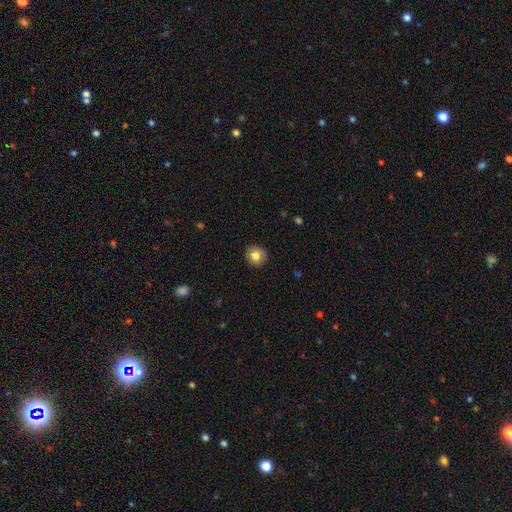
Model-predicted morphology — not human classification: A smooth galaxy with no disk features (82%) that is round (89%).

Vote fractions:
- Smooth or featured? smooth: 82% / star or artifact: 9% / featured or disk: 9%
- How rounded? round: 89% / in between: 10% / cigar-shaped: 1%
- Merging? none: 91% / minor disturbance: 6% / major disturbance: 2% / merger: 1%